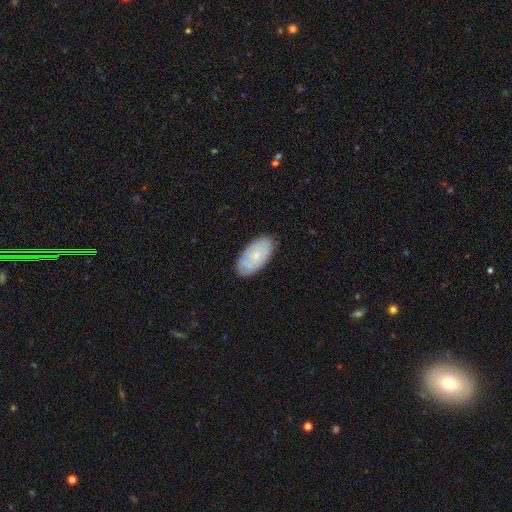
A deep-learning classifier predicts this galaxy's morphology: Smooth or featured?
  - smooth: 62% *
  - featured or disk: 32%
  - star or artifact: 7%
How rounded?
  - in between: 94% *
  - round: 3%
  - cigar-shaped: 3%
Merging?
  - none: 83% *
  - minor disturbance: 13%
  - major disturbance: 3%
  - merger: 1%